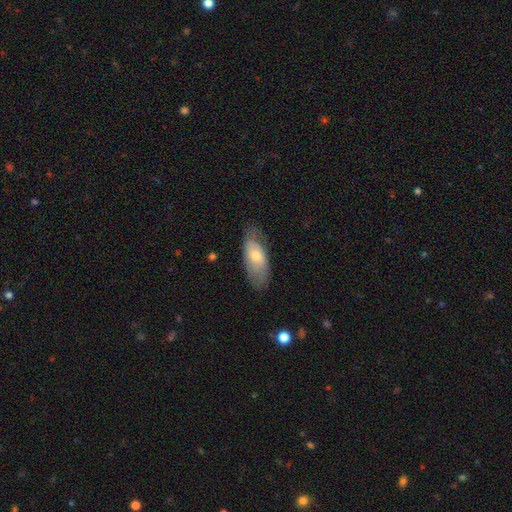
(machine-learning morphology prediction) The model was most divided on "smooth or featured": smooth: 63%, featured or disk: 30%, star or artifact: 6%. More confident: how rounded — in between (85%); merging — none (68%).